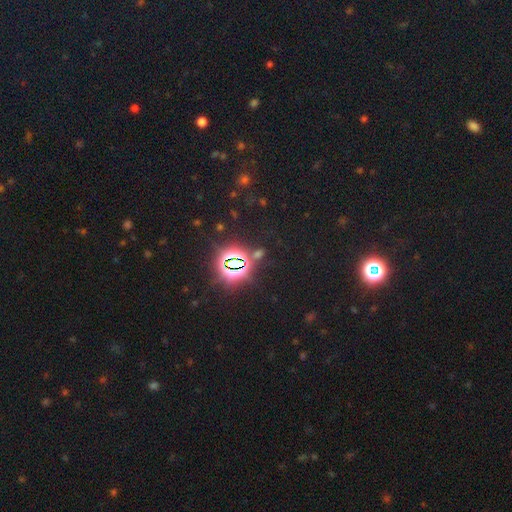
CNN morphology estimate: Overall: star or artifact (77%).